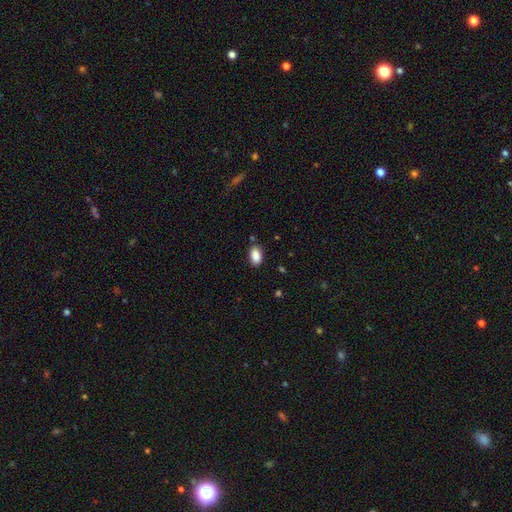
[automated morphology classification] A smooth galaxy with no disk features (89%) that is in between round and cigar-shaped (92%). Merging: none (85%).